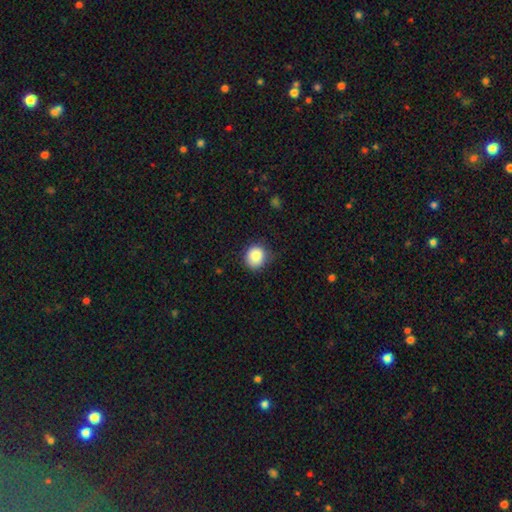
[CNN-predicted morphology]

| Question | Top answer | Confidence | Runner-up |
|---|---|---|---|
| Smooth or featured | smooth | 85% | star or artifact (9%) |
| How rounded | round | 82% | in between (17%) |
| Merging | none | 74% | minor disturbance (20%) |